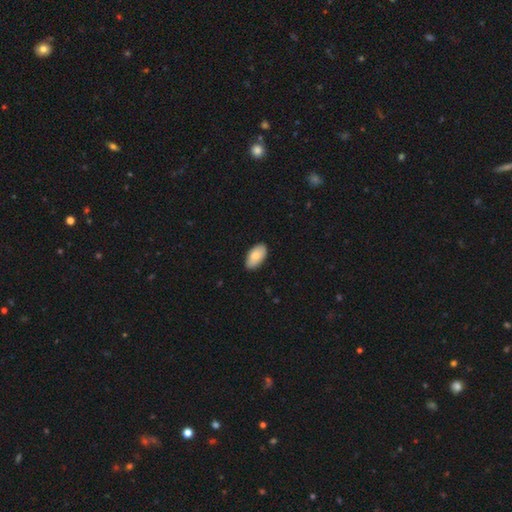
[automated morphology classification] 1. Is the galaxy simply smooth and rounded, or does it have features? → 84% smooth, 10% featured or disk, 6% star or artifact.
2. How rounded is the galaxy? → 95% in between, 2% round, 2% cigar-shaped.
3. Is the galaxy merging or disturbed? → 86% none, 11% minor disturbance, 2% major disturbance, 1% merger.